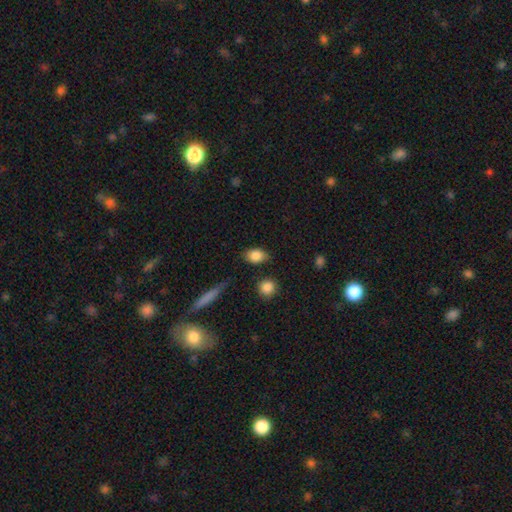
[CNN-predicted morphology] Overall: smooth (85%). How rounded: in between (75%). Merging: none (78%).